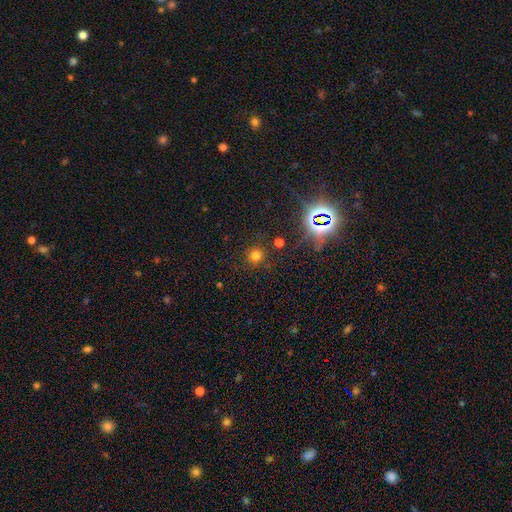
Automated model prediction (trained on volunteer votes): Overall: smooth (68%). How rounded: round (90%). Merging: none (80%).